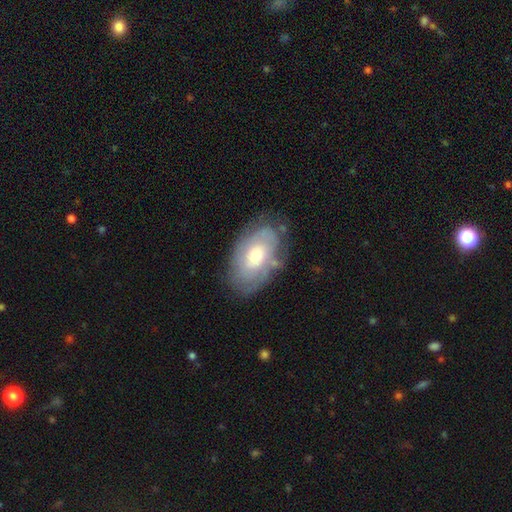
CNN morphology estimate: Smooth or featured? Predicted: featured or disk (p=0.59). Edge-on disk? Predicted: no (p=0.93). Bar? Predicted: no (p=0.77). Spiral arms? Predicted: yes (p=0.67). Bulge size? Predicted: moderate (p=0.57). Merging? Predicted: none (p=0.68).